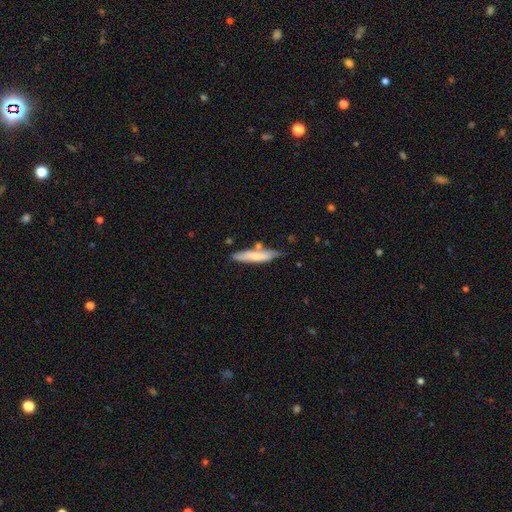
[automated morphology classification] Smooth or featured: smooth — 66% (featured or disk — 28%)
How rounded: cigar-shaped — 83% (in between — 15%)
Merging: none — 67% (minor disturbance — 19%)